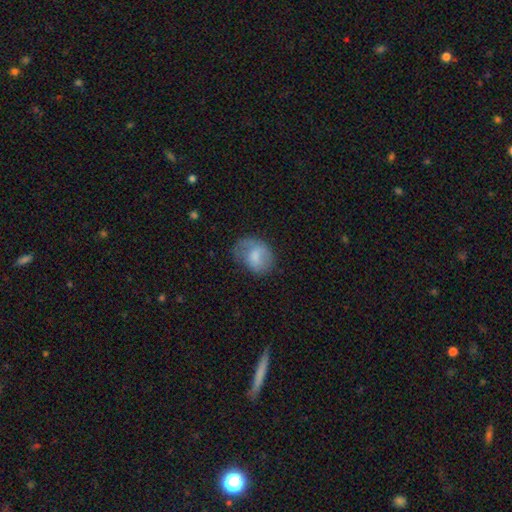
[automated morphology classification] smooth_or_featured: smooth (p=0.66) [alt: featured or disk p=0.27]
how_rounded: in between (p=0.60) [alt: round p=0.39]
merging: none (p=0.44) [alt: minor disturbance p=0.31]